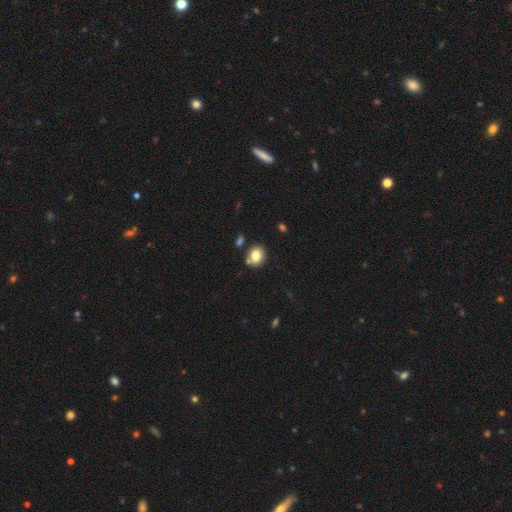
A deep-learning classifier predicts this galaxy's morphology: Smooth or featured? smooth (81%)
How rounded? round (63%)
Merging? none (75%)